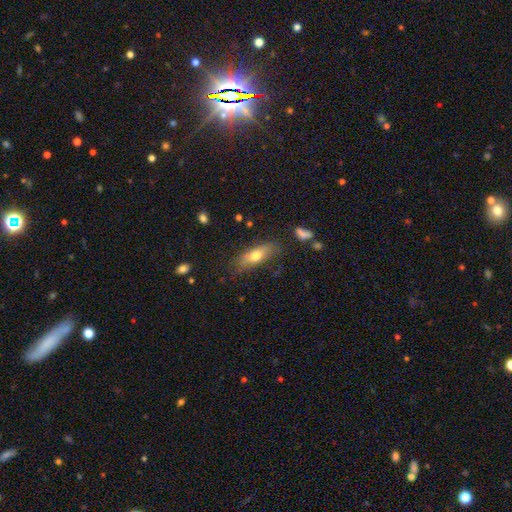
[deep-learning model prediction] Smooth or featured: smooth — 67% (featured or disk — 26%)
How rounded: in between — 63% (cigar-shaped — 33%)
Merging: none — 73% (minor disturbance — 18%)